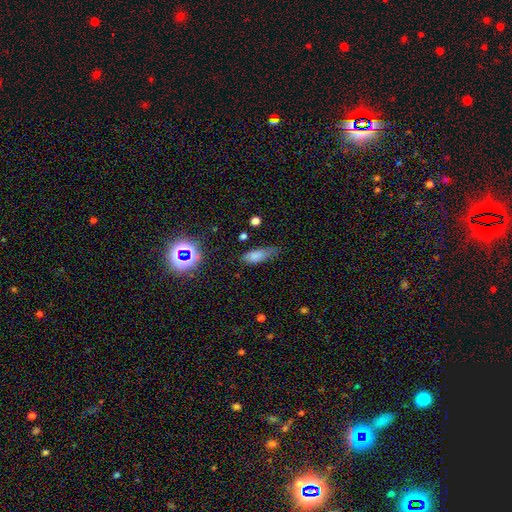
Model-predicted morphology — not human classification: Q: Smooth or featured?
A: smooth (76%); runner-up: star or artifact (14%)
Q: How rounded?
A: in between (68%); runner-up: cigar-shaped (29%)
Q: Merging?
A: none (53%); runner-up: minor disturbance (33%)